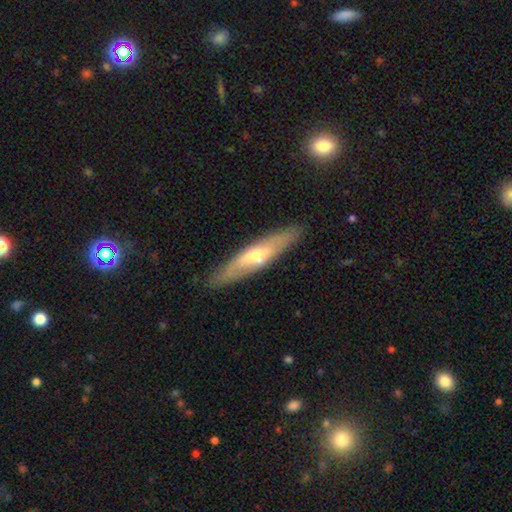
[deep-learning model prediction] Smooth or featured?
  - featured or disk: 52% *
  - smooth: 43%
  - star or artifact: 5%
Edge-on disk?
  - yes: 69% *
  - no: 31%
Merging?
  - none: 87% *
  - minor disturbance: 10%
  - major disturbance: 2%
  - merger: 1%